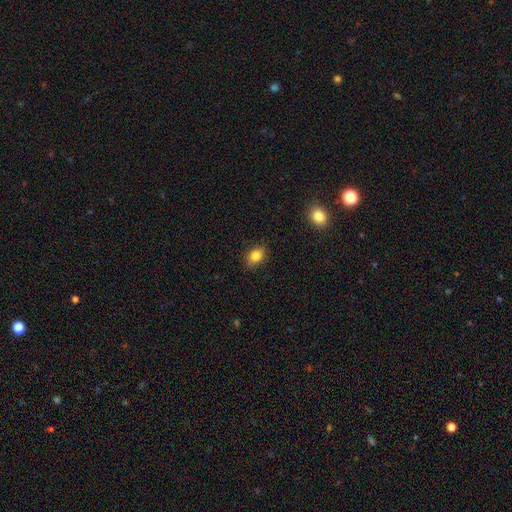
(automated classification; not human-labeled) This is clearly a smooth galaxy (84%). How rounded: likely in between (65%). Merging: clearly none (83%).